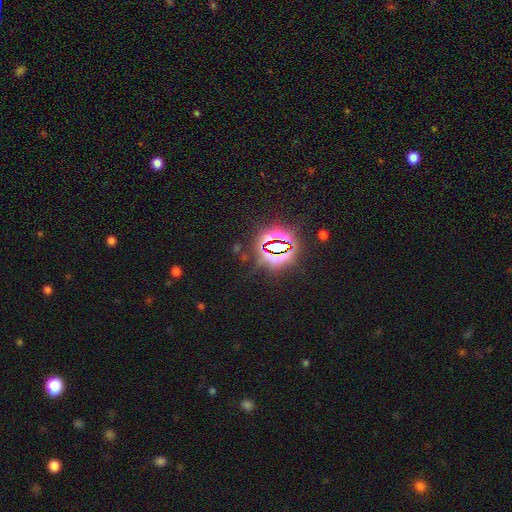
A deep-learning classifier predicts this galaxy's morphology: This appears to be a star or artifact, not a galaxy (83%).